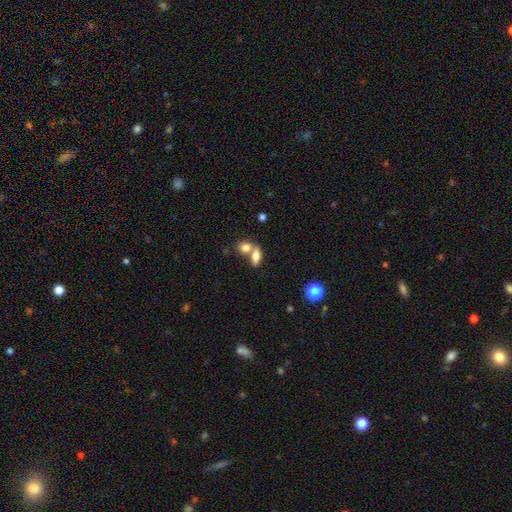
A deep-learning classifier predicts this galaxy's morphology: smooth_or_featured: smooth (p=0.76) [alt: featured or disk p=0.15]
how_rounded: in between (p=0.76) [alt: round p=0.14]
merging: merger (p=0.54) [alt: none p=0.34]